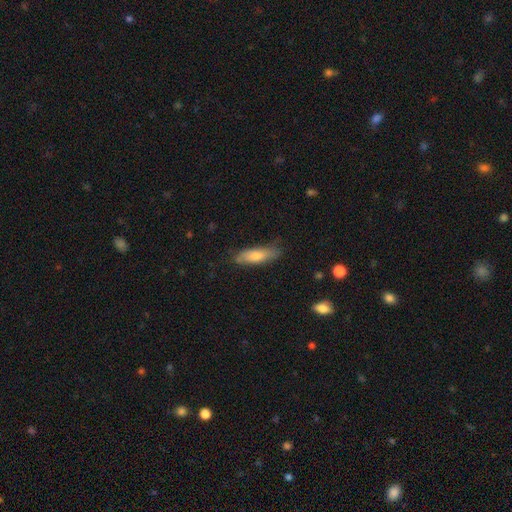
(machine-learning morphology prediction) smooth_or_featured: smooth (p=0.62) [alt: featured or disk p=0.29]
how_rounded: cigar-shaped (p=0.61) [alt: in between p=0.37]
merging: none (p=0.76) [alt: minor disturbance p=0.18]